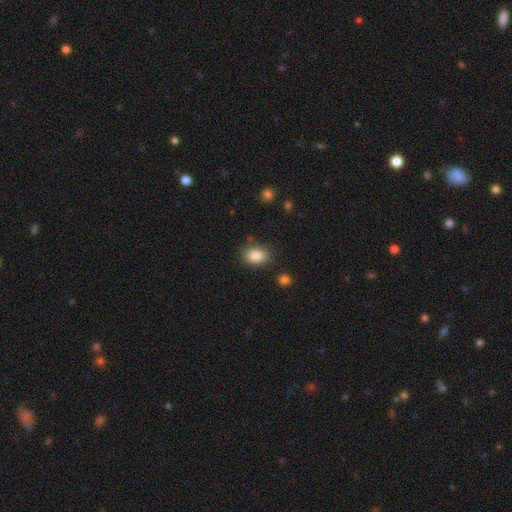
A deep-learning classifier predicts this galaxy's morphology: Overall: smooth (85%). How rounded: in between (63%; round 36%). Merging: none (81%).